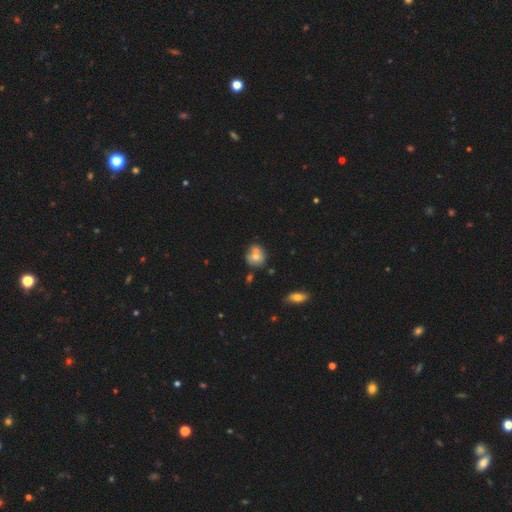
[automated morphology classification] smooth 64%, featured or disk 25%, star or artifact 11%. Down the decision tree: how rounded — round (74%); merging — none (48%).